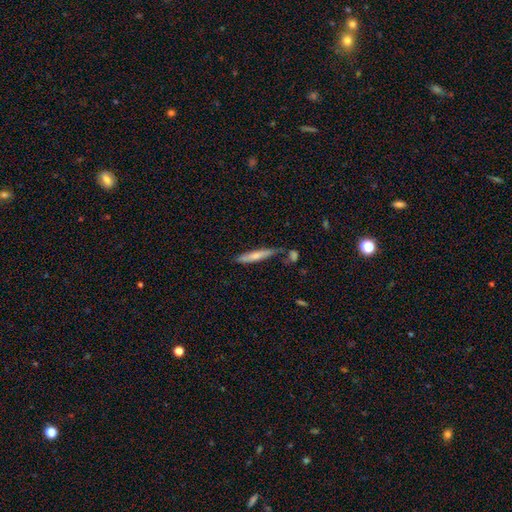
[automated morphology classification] Overall: smooth (67%). How rounded: cigar-shaped (89%). Merging: none (60%; minor disturbance 21%).